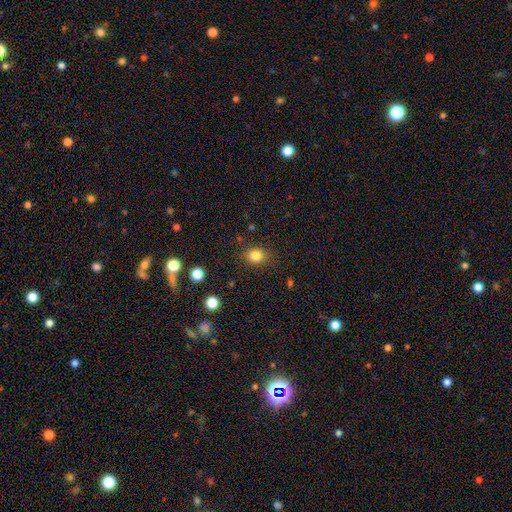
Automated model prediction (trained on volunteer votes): This is clearly a smooth galaxy (82%). How rounded: possibly round (56%). Merging: clearly none (83%).